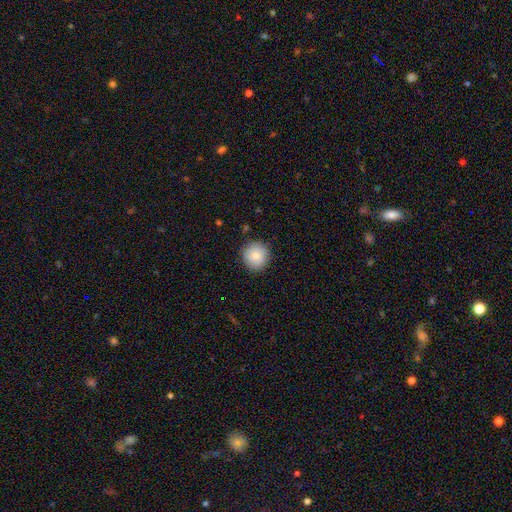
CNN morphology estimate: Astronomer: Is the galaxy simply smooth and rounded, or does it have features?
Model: smooth — 81%.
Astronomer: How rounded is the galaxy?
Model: round — 94%.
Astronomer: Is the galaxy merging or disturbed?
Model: none — 88%.